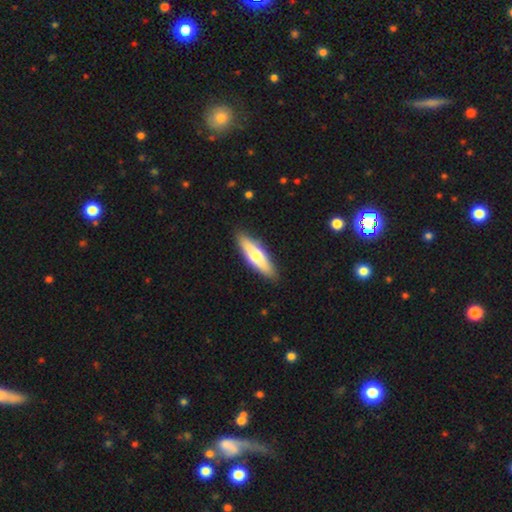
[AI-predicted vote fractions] A smooth galaxy with no disk features (56%) that is cigar-shaped (61%).

Vote fractions:
- Smooth or featured? smooth: 56% / featured or disk: 39% / star or artifact: 5%
- How rounded? cigar-shaped: 61% / in between: 37% / round: 2%
- Merging? none: 89% / minor disturbance: 8% / major disturbance: 2% / merger: 1%